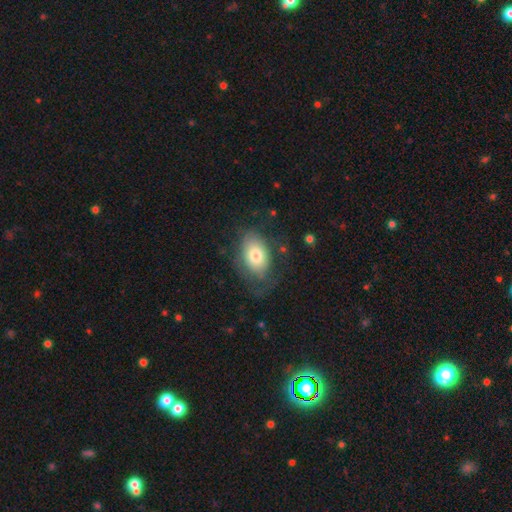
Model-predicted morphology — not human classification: smooth-or-featured: smooth: 65% | featured or disk: 28% | star or artifact: 7%
  how-rounded: in between: 85% | round: 14% | cigar-shaped: 1%
  merging: none: 56% | minor disturbance: 24% | major disturbance: 18% | merger: 2%